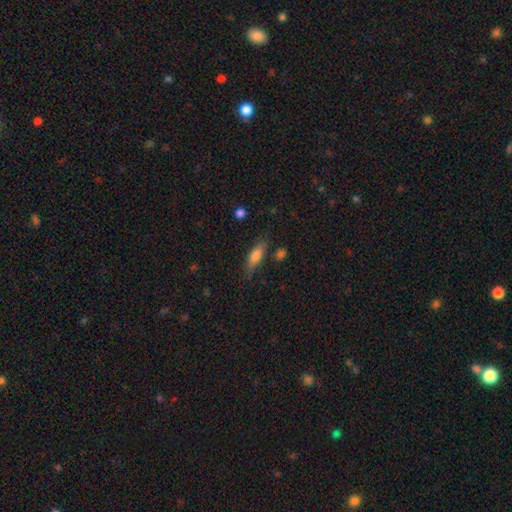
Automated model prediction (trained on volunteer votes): This appears to be a smooth galaxy with no disk features (72%) that is in between round and cigar-shaped (54%). Merging: none (74%).